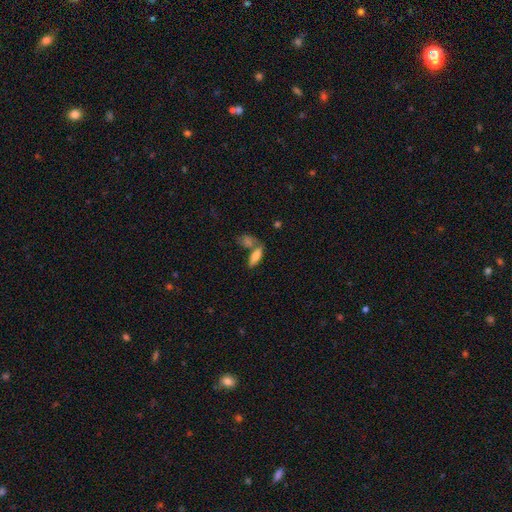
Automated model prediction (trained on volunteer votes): This appears to be a smooth galaxy with no disk features (77%) that is in between round and cigar-shaped (69%). Merging: none (50%).